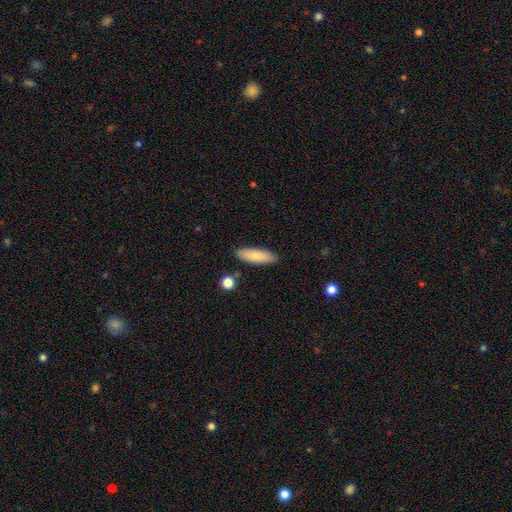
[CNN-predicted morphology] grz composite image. It shows a smooth galaxy with no disk features (82%) that is cigar-shaped (50%). Merging: none (87%).